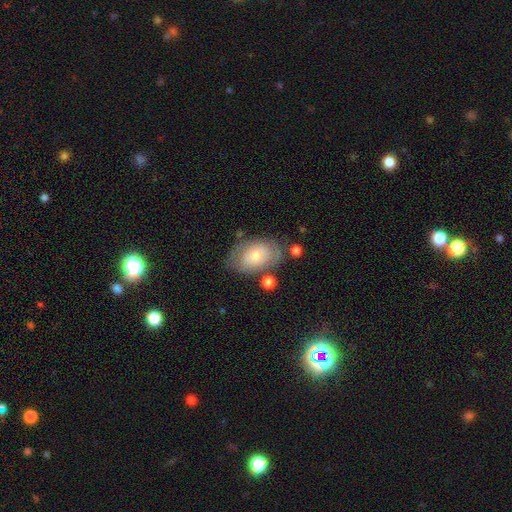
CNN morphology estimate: Smooth or featured? smooth (57%)
How rounded? in between (86%)
Merging? none (64%)